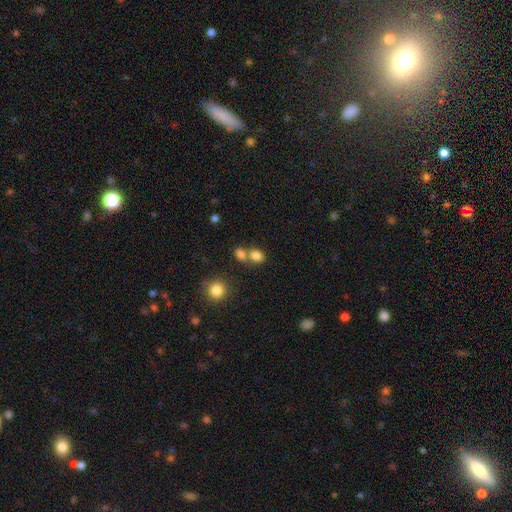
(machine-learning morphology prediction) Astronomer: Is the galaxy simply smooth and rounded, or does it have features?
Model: smooth — 81%.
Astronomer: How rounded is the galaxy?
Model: in between — 60% (runner-up: round, 38%).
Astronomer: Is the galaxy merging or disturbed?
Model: merger — 47% (runner-up: none, 40%).